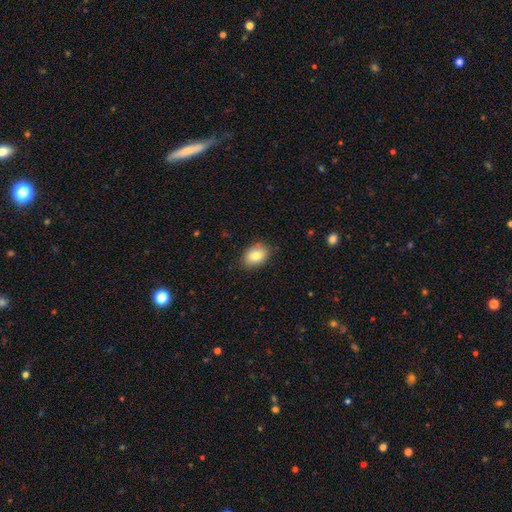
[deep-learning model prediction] Smooth or featured? Predicted: smooth (p=0.82). How rounded? Predicted: in between (p=0.79). Merging? Predicted: none (p=0.85).